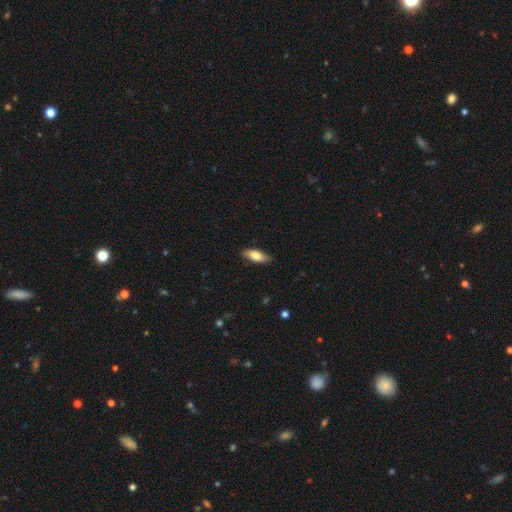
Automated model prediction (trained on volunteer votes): A smooth galaxy with no disk features (76%) that is in between round and cigar-shaped (71%). Merging: none (87%).